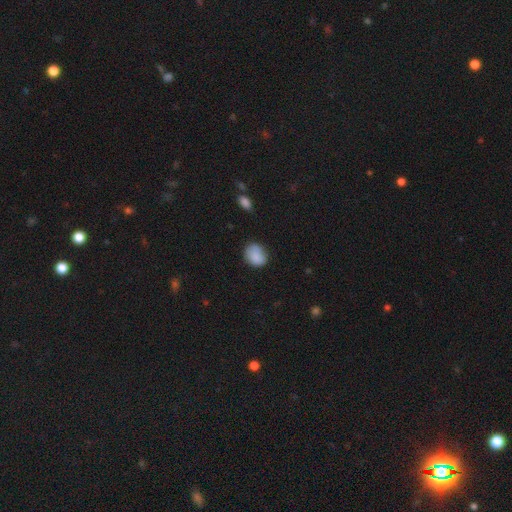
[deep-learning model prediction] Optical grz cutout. It shows a smooth galaxy with no disk features (85%) that is round (58%). Merging: none (66%).